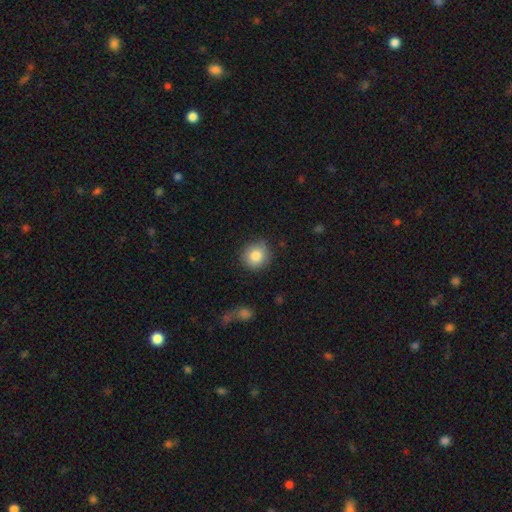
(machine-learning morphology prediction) smooth_or_featured: smooth (p=0.84) [alt: star or artifact p=0.09]
how_rounded: round (p=0.90) [alt: in between p=0.09]
merging: none (p=0.84) [alt: minor disturbance p=0.12]